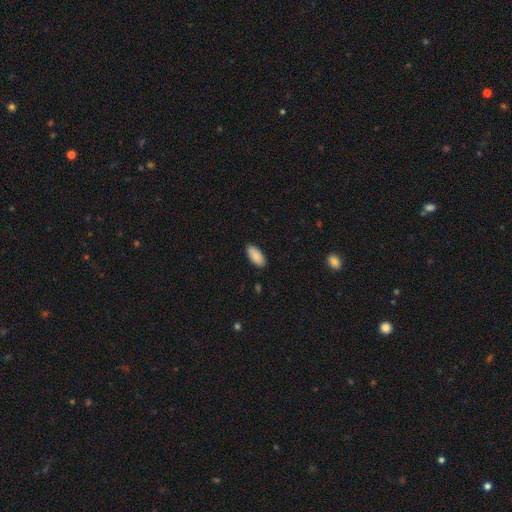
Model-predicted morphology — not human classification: Overall: smooth (89%). How rounded: in between (89%). Merging: none (89%).